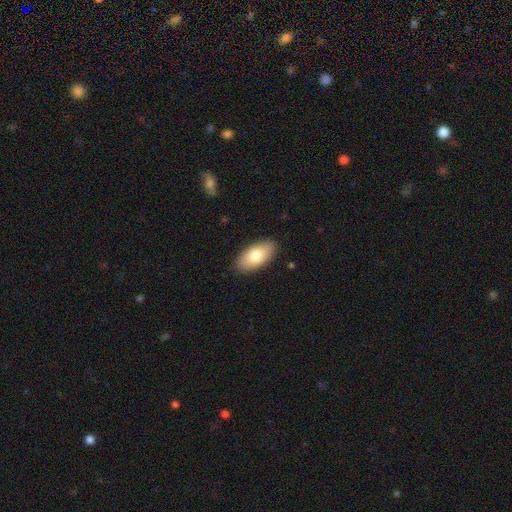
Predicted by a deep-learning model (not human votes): Smooth or featured? smooth (78%)
How rounded? in between (93%)
Merging? none (89%)